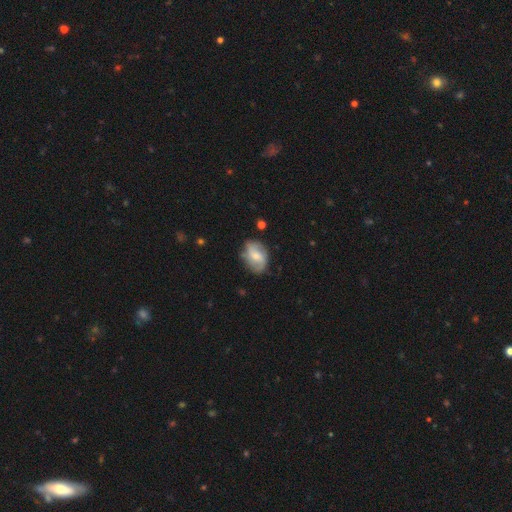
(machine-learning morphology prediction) Overall: smooth (47%; featured or disk 46%). Merging: none (67%).